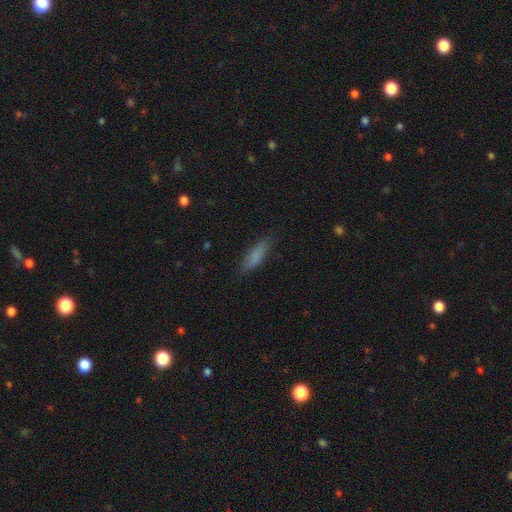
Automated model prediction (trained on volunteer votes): Overall: smooth (81%). How rounded: cigar-shaped (57%; in between 41%). Merging: none (81%).